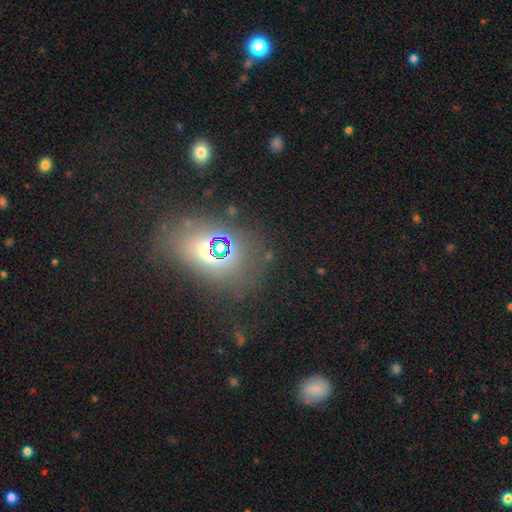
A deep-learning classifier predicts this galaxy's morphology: smooth_or_featured: smooth (p=0.43) [alt: star or artifact p=0.32]
merging: none (p=0.50) [alt: merger p=0.24]